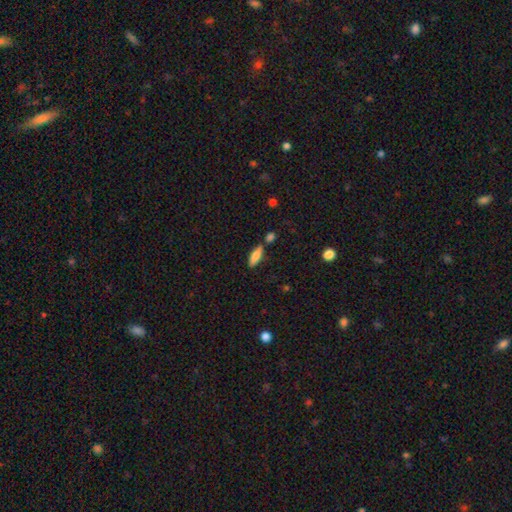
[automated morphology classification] This appears to be a smooth galaxy with no disk features (77%) that is in between round and cigar-shaped (55%). Merging: none (71%).